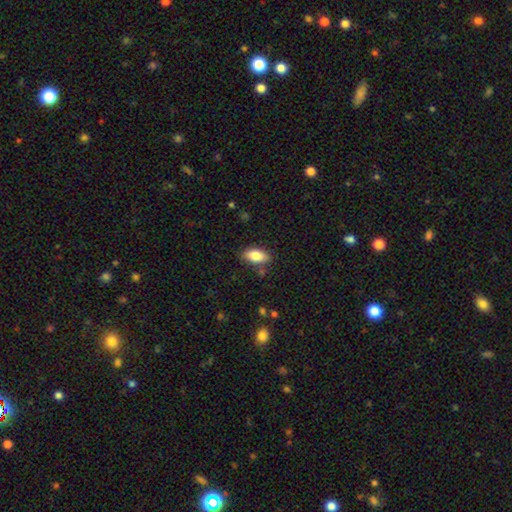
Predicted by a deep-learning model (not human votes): smooth-or-featured: smooth: 82% | featured or disk: 11% | star or artifact: 7%
  how-rounded: in between: 89% | cigar-shaped: 8% | round: 4%
  merging: none: 80% | minor disturbance: 13% | merger: 3% | major disturbance: 3%